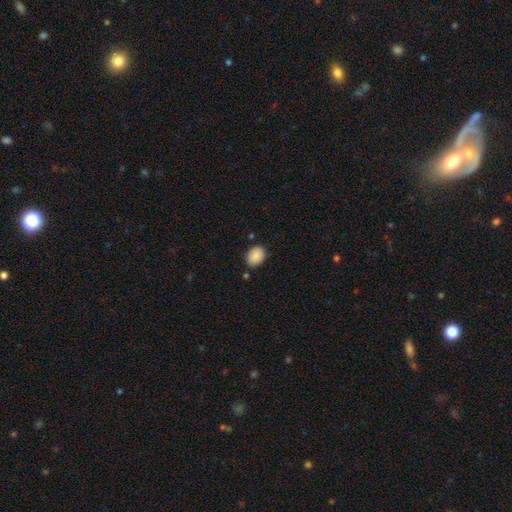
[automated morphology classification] smooth-or-featured: smooth: 89% | star or artifact: 7% | featured or disk: 4%
  how-rounded: in between: 70% | round: 29% | cigar-shaped: 1%
  merging: none: 82% | minor disturbance: 12% | merger: 3% | major disturbance: 3%